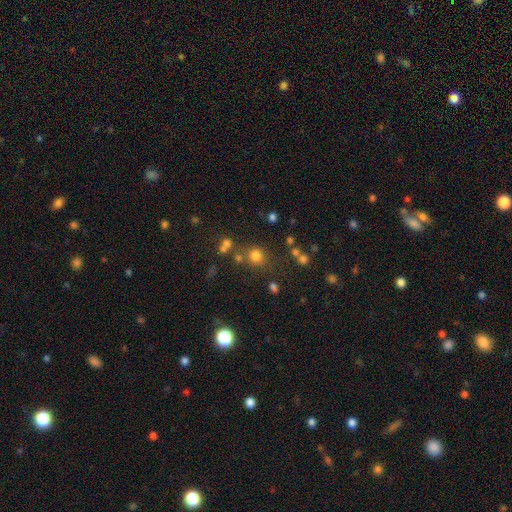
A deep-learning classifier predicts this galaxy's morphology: Overall: smooth (73%). How rounded: round (87%). Merging: none (72%).